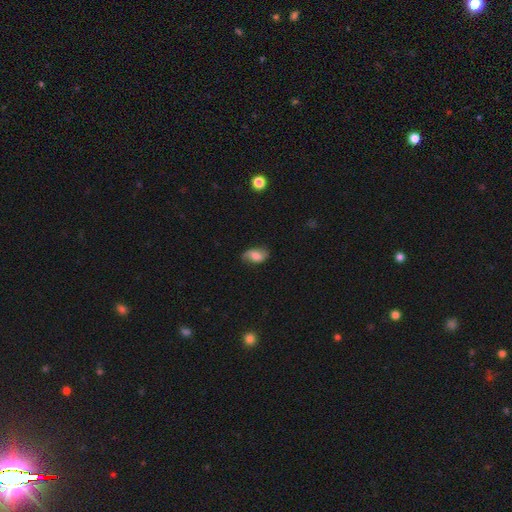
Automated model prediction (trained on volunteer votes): Morphology: type=smooth (57%); roundness=in between (88%); merging=none (70%).